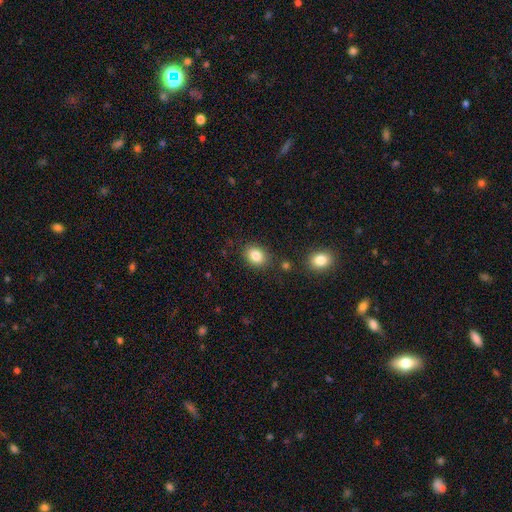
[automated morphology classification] A smooth galaxy with no disk features (84%) that is in between round and cigar-shaped (56%).

Vote fractions:
- Smooth or featured? smooth: 84% / star or artifact: 9% / featured or disk: 6%
- How rounded? in between: 56% / round: 43% / cigar-shaped: 1%
- Merging? none: 83% / minor disturbance: 10% / merger: 4% / major disturbance: 3%